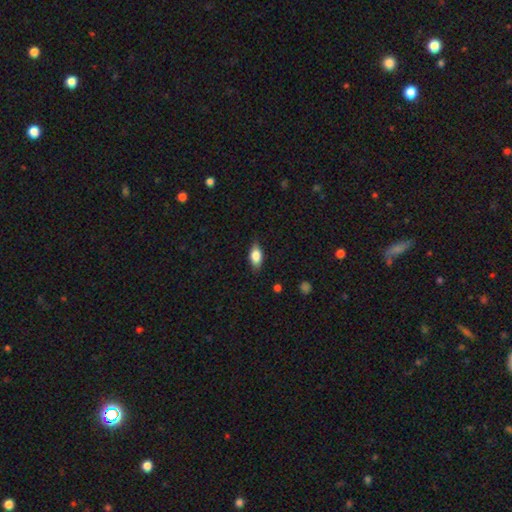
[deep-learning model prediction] This is likely a smooth galaxy (77%). How rounded: clearly in between (85%). Merging: clearly none (84%).